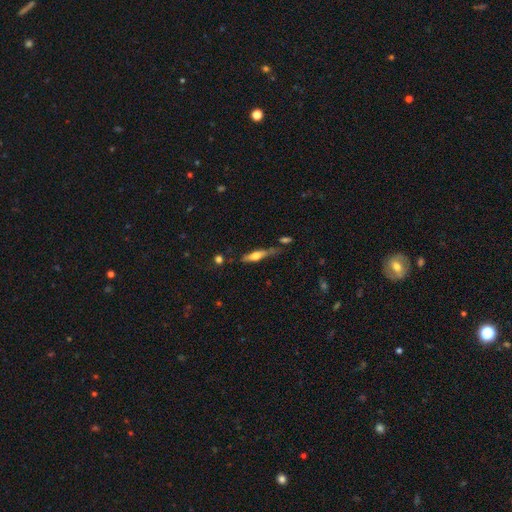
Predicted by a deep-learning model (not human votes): A featured or disk galaxy (47%).

Vote fractions:
- Smooth or featured? featured or disk: 47% / smooth: 46% / star or artifact: 7%
- Merging? none: 57% / minor disturbance: 24% / merger: 10% / major disturbance: 9%